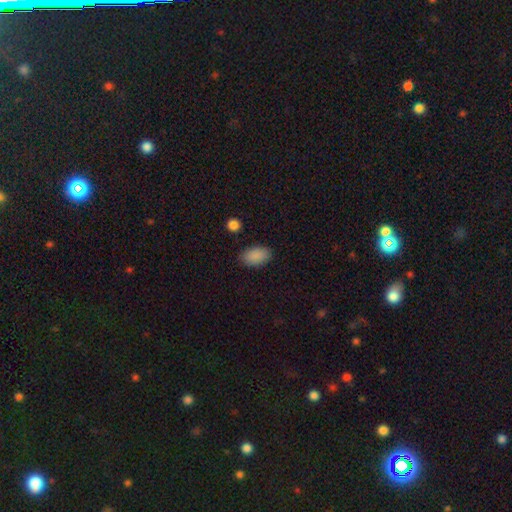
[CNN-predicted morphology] Q: Smooth or featured?
A: smooth (89%); runner-up: star or artifact (7%)
Q: How rounded?
A: in between (93%); runner-up: round (6%)
Q: Merging?
A: none (86%); runner-up: minor disturbance (10%)